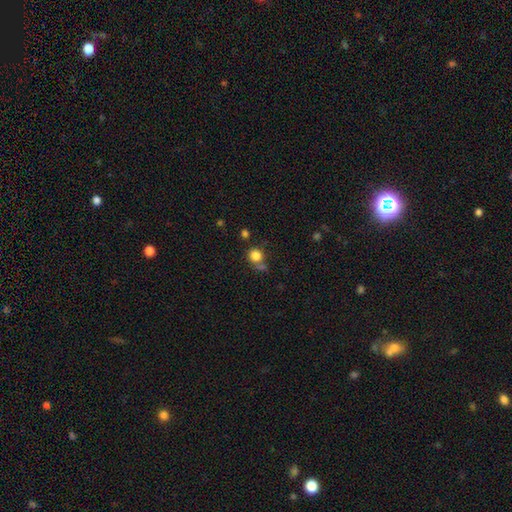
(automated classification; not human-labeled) Smooth or featured? smooth (81%)
How rounded? round (87%)
Merging? none (60%)